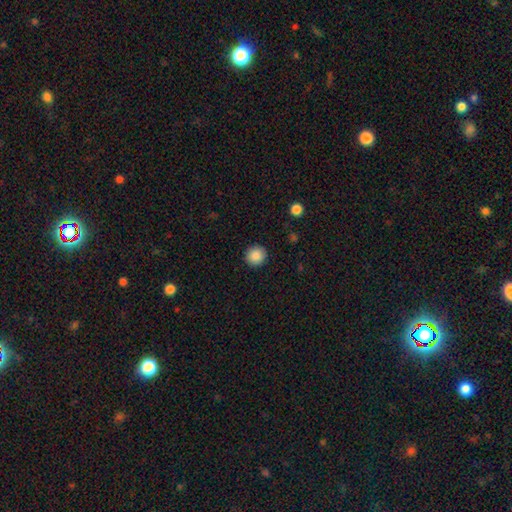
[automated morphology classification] smooth 87%, star or artifact 9%, featured or disk 4%. Down the decision tree: how rounded — round (92%); merging — none (92%).